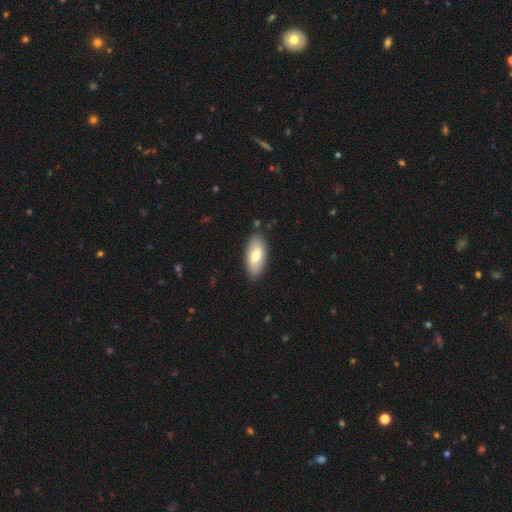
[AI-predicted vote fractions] The model was most divided on "smooth or featured": smooth: 72%, featured or disk: 23%, star or artifact: 5%. More confident: how rounded — in between (89%); merging — none (86%).